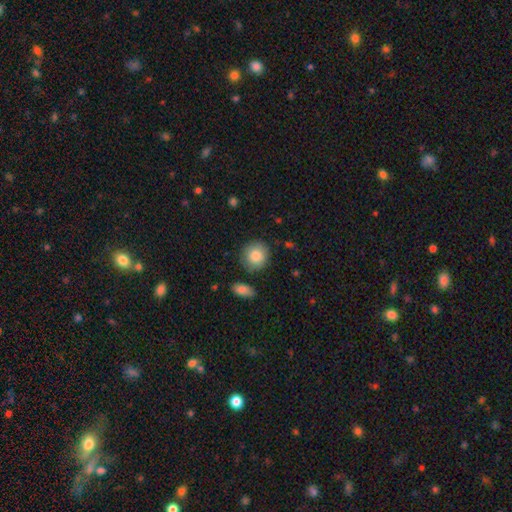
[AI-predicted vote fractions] smooth_or_featured: smooth (p=0.86) [alt: featured or disk p=0.07]
how_rounded: round (p=0.88) [alt: in between p=0.11]
merging: none (p=0.84) [alt: minor disturbance p=0.10]